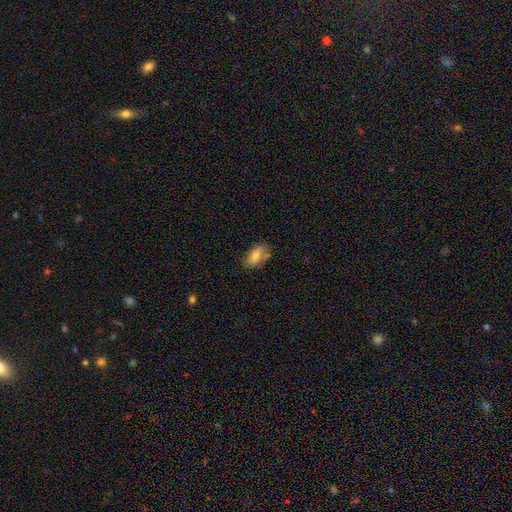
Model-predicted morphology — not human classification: A smooth galaxy with no disk features (75%) that is in between round and cigar-shaped (90%). Merging: none (65%).